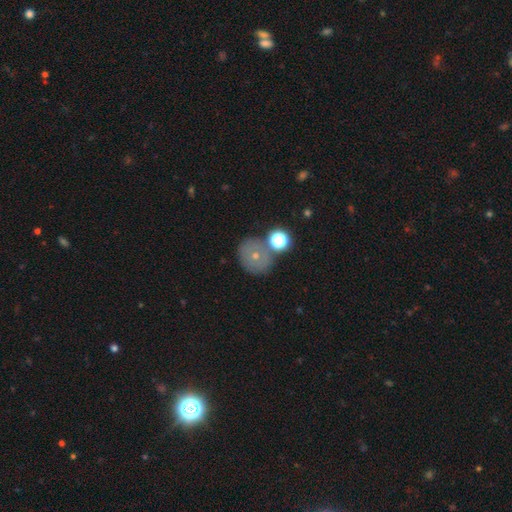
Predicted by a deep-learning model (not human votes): A smooth galaxy with no disk features (53%) that is round (84%). Merging: none (71%).